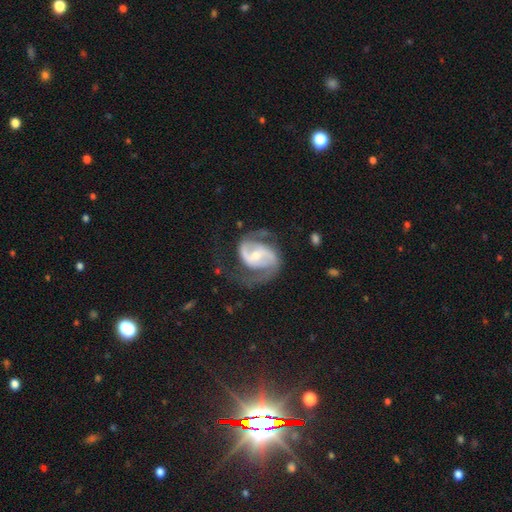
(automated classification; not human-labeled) This appears to be a featured or disk galaxy (90%) with a weak bar (44%), 2 (89%) medium (55%) spiral arms (97%) and a moderate central bulge (49%). Merging: none (64%).